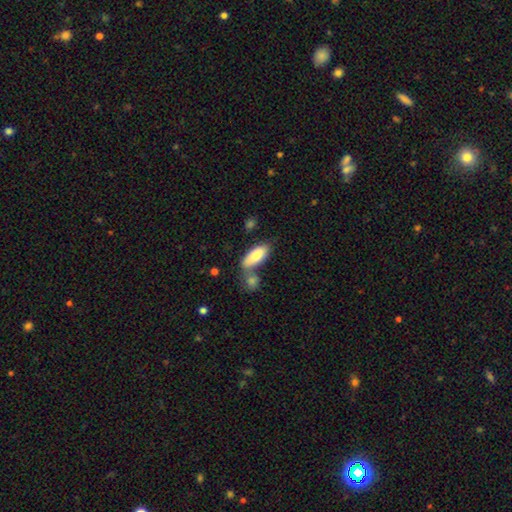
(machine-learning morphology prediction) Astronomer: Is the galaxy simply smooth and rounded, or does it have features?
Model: smooth — 82%.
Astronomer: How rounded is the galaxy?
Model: in between — 80%.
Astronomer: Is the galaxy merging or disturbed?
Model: none — 54%.